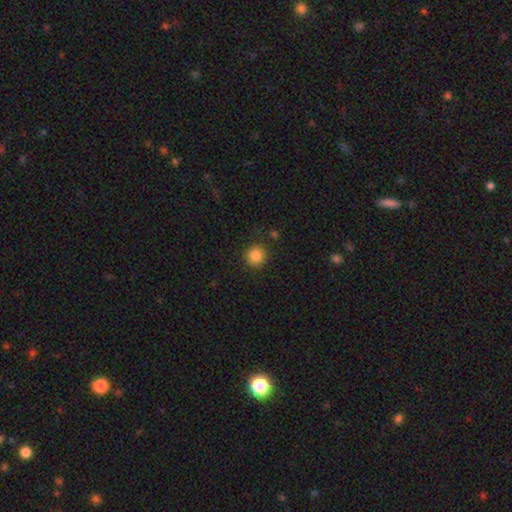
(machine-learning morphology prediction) Smooth or featured? Predicted: smooth (p=0.85). How rounded? Predicted: round (p=0.92). Merging? Predicted: none (p=0.88).